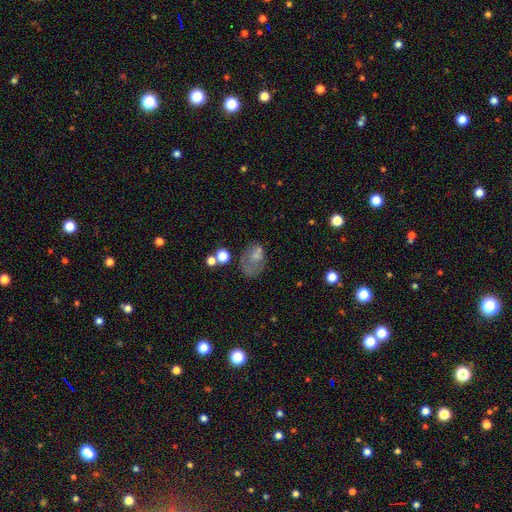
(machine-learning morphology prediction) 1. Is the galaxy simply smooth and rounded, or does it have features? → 61% smooth, 26% featured or disk, 13% star or artifact.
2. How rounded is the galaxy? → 78% in between, 21% round, 1% cigar-shaped.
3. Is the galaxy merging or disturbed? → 31% major disturbance (tied), 31% none (tied), 25% minor disturbance, 14% merger.